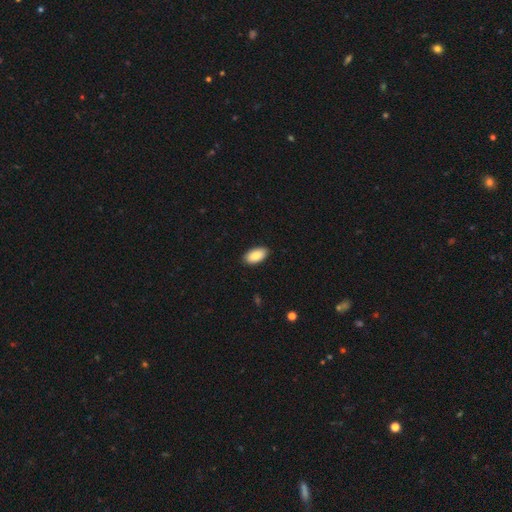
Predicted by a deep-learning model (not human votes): smooth-or-featured: smooth: 88% | star or artifact: 6% | featured or disk: 6%
  how-rounded: in between: 95% | round: 3% | cigar-shaped: 2%
  merging: none: 89% | minor disturbance: 9% | major disturbance: 2% | merger: 1%